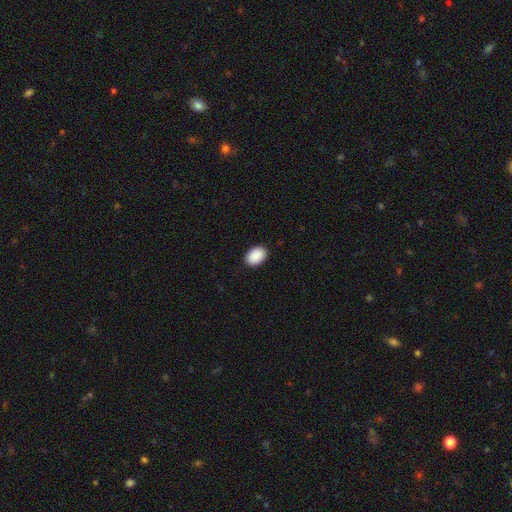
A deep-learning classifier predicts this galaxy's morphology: This is clearly a smooth galaxy (91%). How rounded: likely in between (80%). Merging: clearly none (91%).